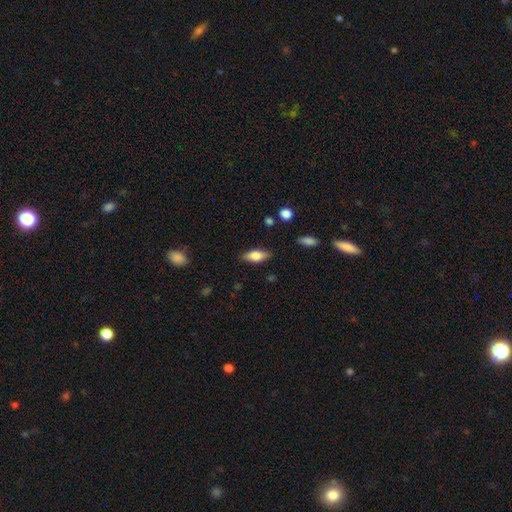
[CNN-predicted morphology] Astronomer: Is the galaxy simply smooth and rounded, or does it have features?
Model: smooth — 73%.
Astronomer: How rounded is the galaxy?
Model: in between — 80%.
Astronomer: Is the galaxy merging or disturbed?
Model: none — 83%.